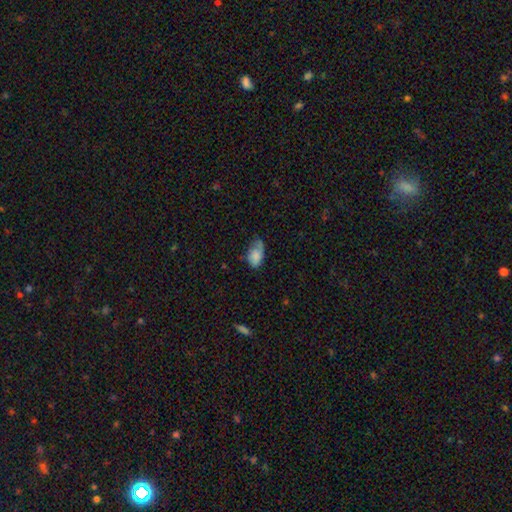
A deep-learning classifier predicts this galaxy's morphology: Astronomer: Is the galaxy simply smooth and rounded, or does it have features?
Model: smooth — 78%.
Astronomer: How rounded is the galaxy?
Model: in between — 92%.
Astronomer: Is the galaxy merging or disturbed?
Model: minor disturbance — 41% (runner-up: none, 39%).